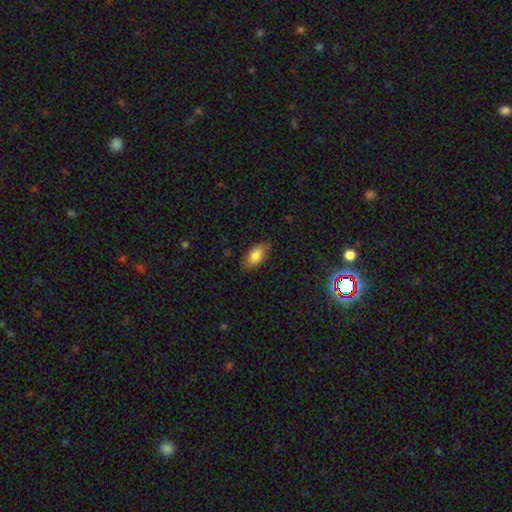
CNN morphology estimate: A smooth galaxy with no disk features (81%) that is in between round and cigar-shaped (89%).

Vote fractions:
- Smooth or featured? smooth: 81% / featured or disk: 11% / star or artifact: 8%
- How rounded? in between: 89% / cigar-shaped: 7% / round: 4%
- Merging? none: 82% / minor disturbance: 14% / major disturbance: 3% / merger: 1%